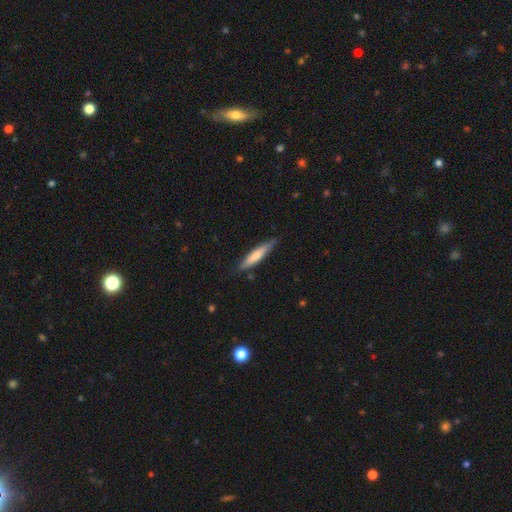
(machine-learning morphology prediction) This is likely a smooth galaxy (65%). How rounded: clearly cigar-shaped (88%). Merging: clearly none (83%).